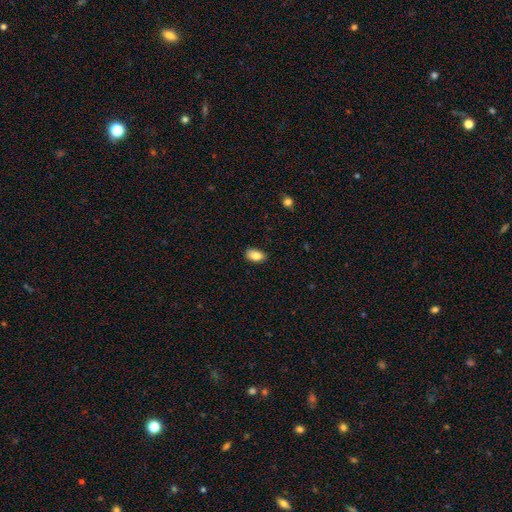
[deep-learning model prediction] A smooth galaxy with no disk features (86%) that is in between round and cigar-shaped (91%).

Vote fractions:
- Smooth or featured? smooth: 86% / star or artifact: 8% / featured or disk: 6%
- How rounded? in between: 91% / round: 7% / cigar-shaped: 2%
- Merging? none: 85% / minor disturbance: 12% / major disturbance: 2% / merger: 1%